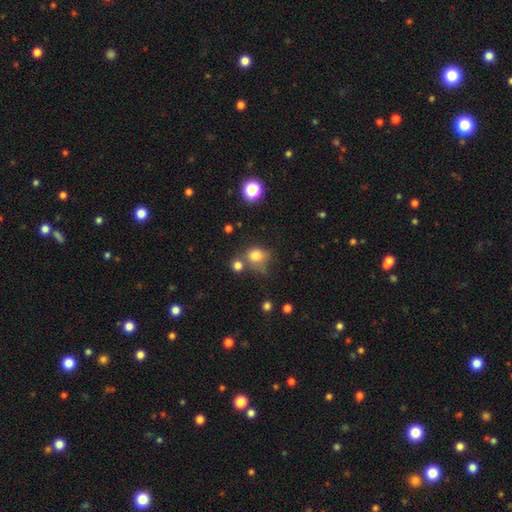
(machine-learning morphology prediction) type=smooth (79%); roundness=round (68%); merging=none (50%).